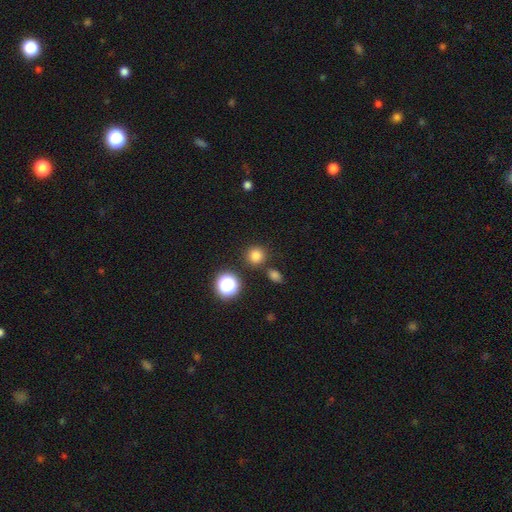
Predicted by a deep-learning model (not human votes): Smooth or featured? smooth (78%)
How rounded? round (92%)
Merging? none (84%)